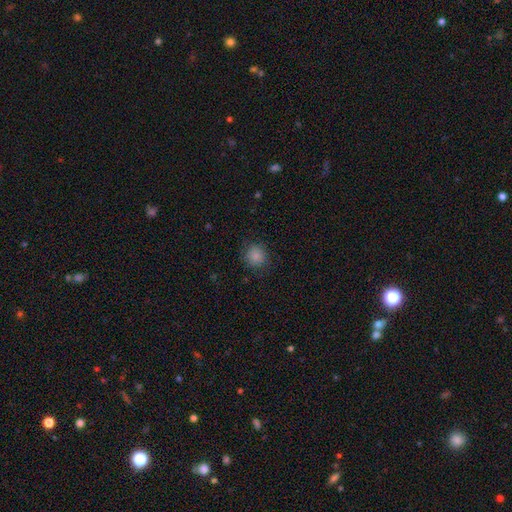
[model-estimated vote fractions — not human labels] Morphology: type=smooth (85%); roundness=round (88%); merging=none (85%).